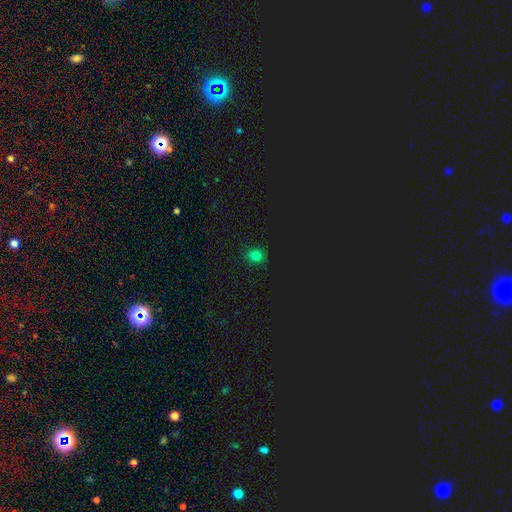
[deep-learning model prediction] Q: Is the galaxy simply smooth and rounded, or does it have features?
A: smooth — 72%.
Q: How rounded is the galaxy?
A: round — 80%.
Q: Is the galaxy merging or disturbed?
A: none — 87%.